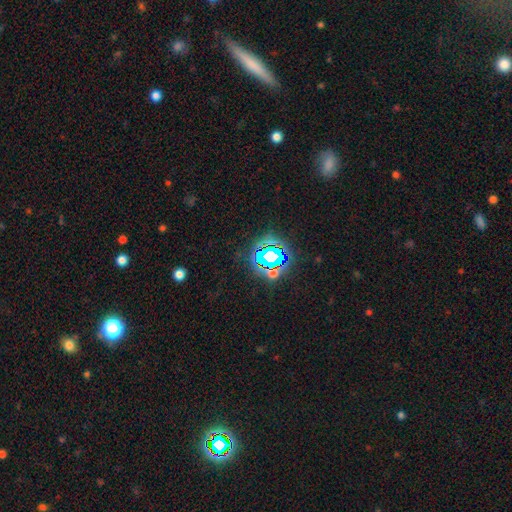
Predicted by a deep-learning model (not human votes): A star or artifact, not a galaxy (78%).